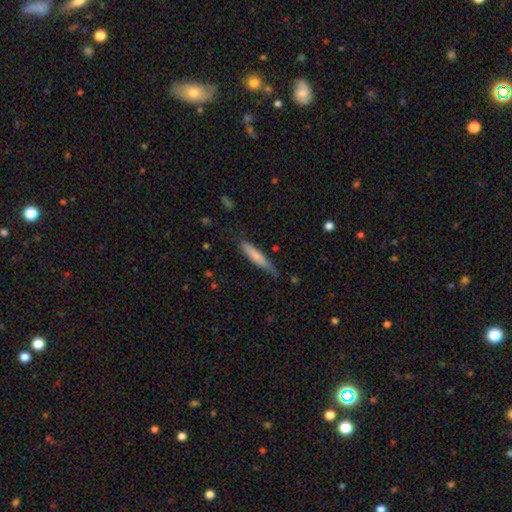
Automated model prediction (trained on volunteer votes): smooth_or_featured: smooth (p=0.72) [alt: featured or disk p=0.22]
how_rounded: cigar-shaped (p=0.86) [alt: in between p=0.12]
merging: none (p=0.66) [alt: minor disturbance p=0.27]